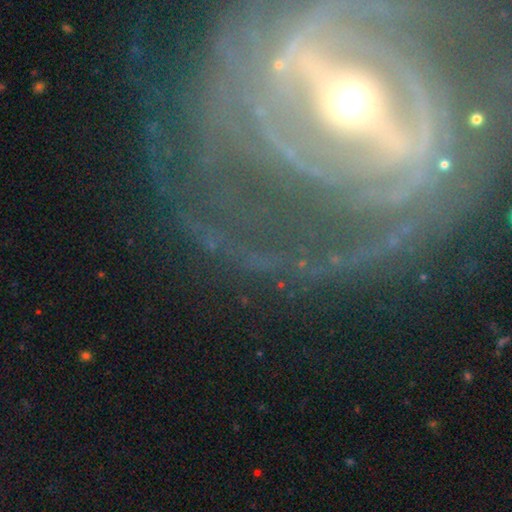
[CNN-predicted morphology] featured or disk 87%, star or artifact 7%, smooth 6%. Down the decision tree: edge-on disk — no (91%); bar — strong (68%); spiral arms — yes (86%); spiral arm count — 2 (30%); spiral winding — tight (63%); bulge size — moderate (56%); merging — none (71%).